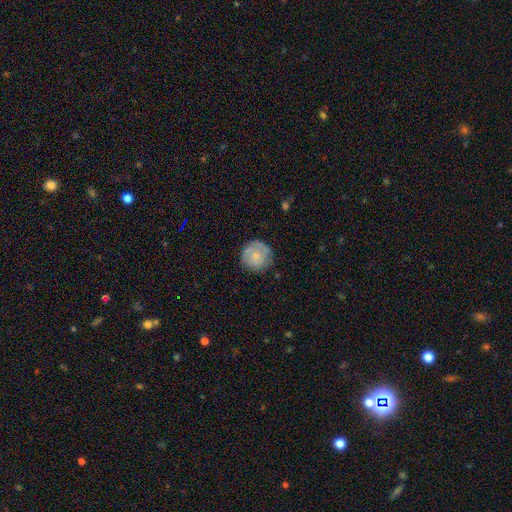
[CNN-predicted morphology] The model was most divided on "smooth or featured": smooth: 63%, featured or disk: 30%, star or artifact: 7%. More confident: how rounded — round (94%); merging — none (77%).